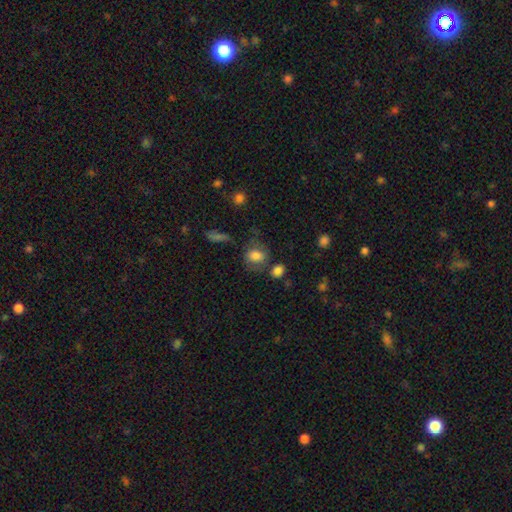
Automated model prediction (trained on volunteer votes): This appears to be a smooth galaxy with no disk features (77%) that is in between round and cigar-shaped (49%, tied with round). Merging: none (55%).